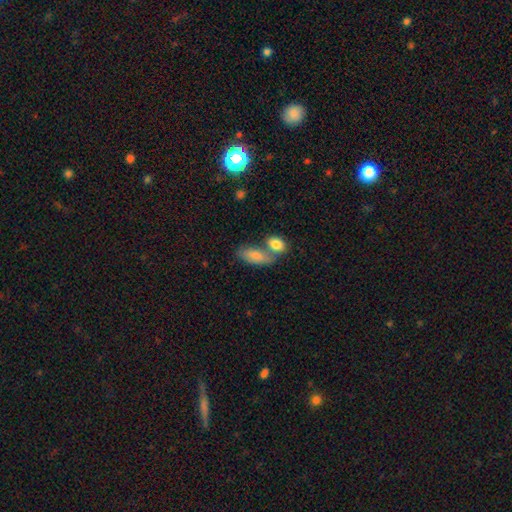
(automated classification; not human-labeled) A smooth galaxy with no disk features (80%) that is in between round and cigar-shaped (85%). Merging: merger (45%).